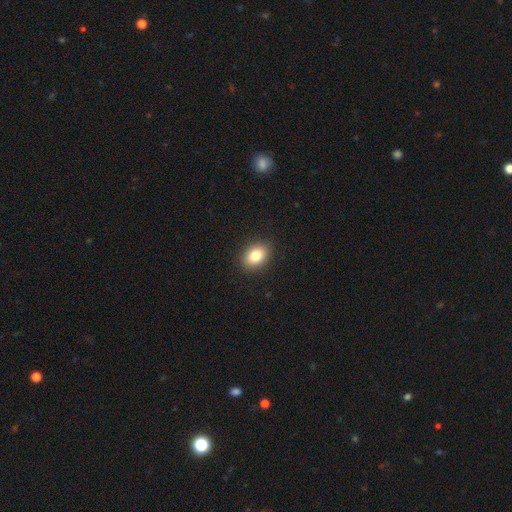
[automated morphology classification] Smooth or featured: smooth — 83% (star or artifact — 9%)
How rounded: in between — 77% (round — 22%)
Merging: none — 90% (minor disturbance — 7%)